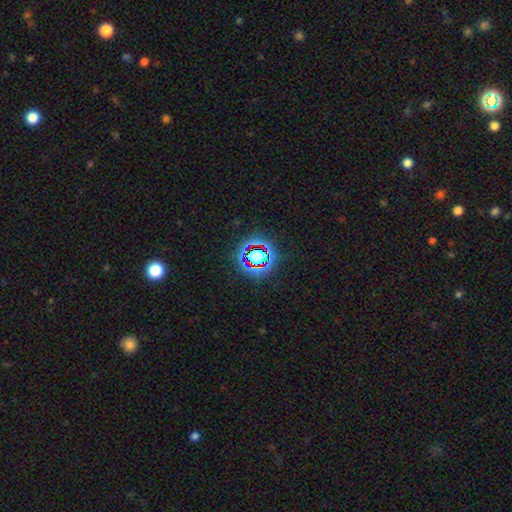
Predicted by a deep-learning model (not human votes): Smooth or featured? Predicted: star or artifact (p=0.69).